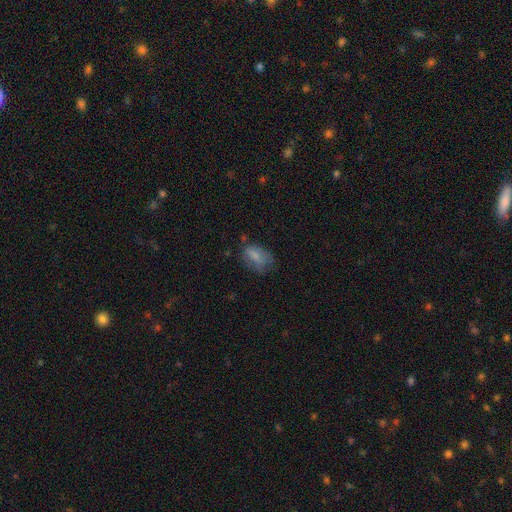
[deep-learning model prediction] A smooth galaxy with no disk features (74%) that is in between round and cigar-shaped (85%). Merging: none (48%).